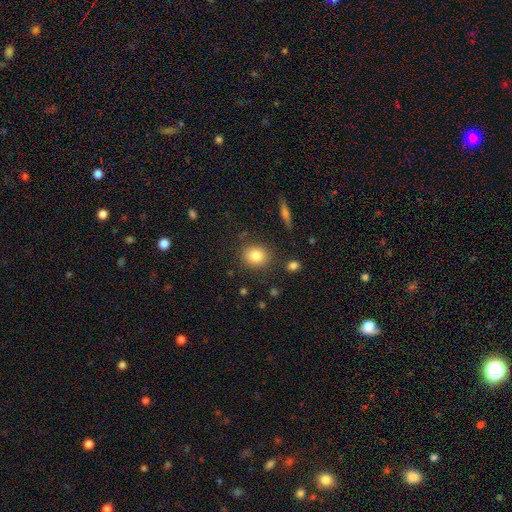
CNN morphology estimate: smooth 82%, star or artifact 9%, featured or disk 8%. Down the decision tree: how rounded — round (71%); merging — none (85%).